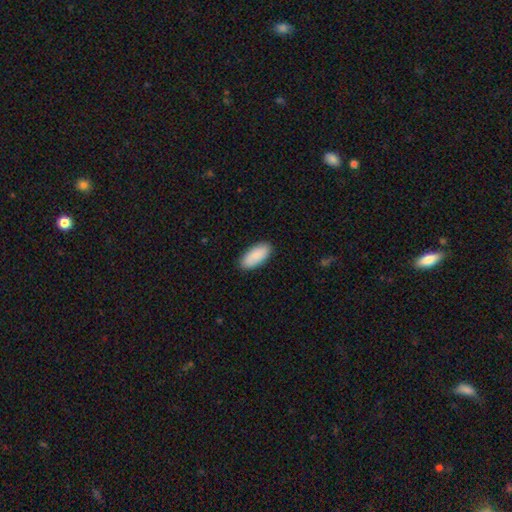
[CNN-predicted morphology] A smooth galaxy with no disk features (87%) that is in between round and cigar-shaped (91%). Merging: none (89%).